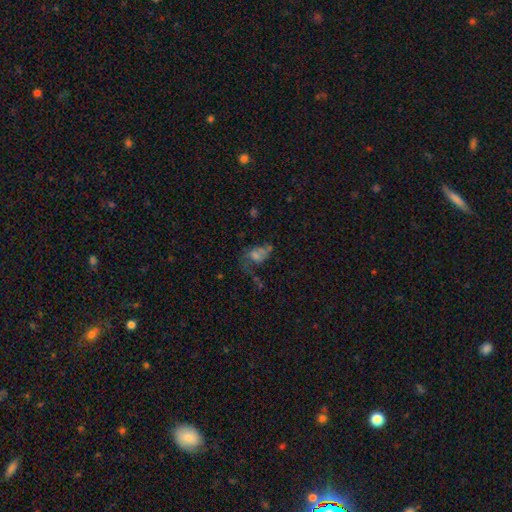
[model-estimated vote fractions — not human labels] Smooth or featured? Predicted: featured or disk (p=0.39). Merging? Predicted: major disturbance (p=0.45).